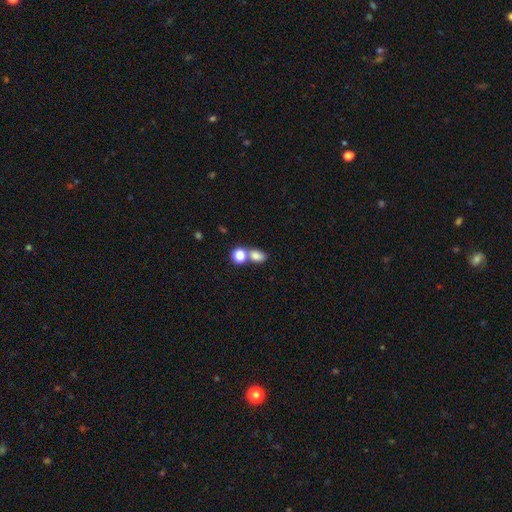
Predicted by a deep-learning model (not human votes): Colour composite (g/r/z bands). It shows a smooth galaxy with no disk features (79%) that is in between round and cigar-shaped (71%). Merging: none (48%).